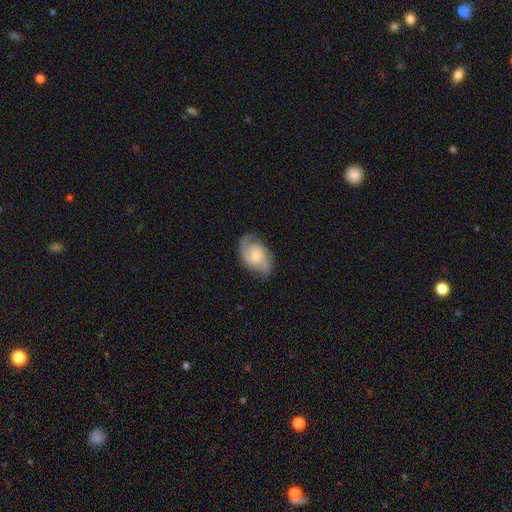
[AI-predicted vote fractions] Smooth or featured: featured or disk — 70% (smooth — 24%)
Edge-on disk: no — 96% (yes — 4%)
Bar: no — 65% (weak — 30%)
Spiral arms: yes — 93% (no — 7%)
Spiral winding: medium — 48% (tight — 30%)
Spiral arm count: 2 — 70% (can't tell — 12%)
Bulge size: small — 51% (moderate — 41%)
Merging: none — 72% (minor disturbance — 19%)